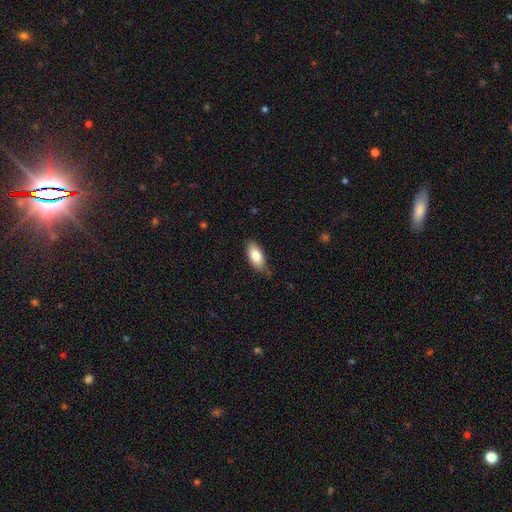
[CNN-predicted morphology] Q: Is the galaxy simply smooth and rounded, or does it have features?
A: smooth — 83%.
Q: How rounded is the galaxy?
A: in between — 90%.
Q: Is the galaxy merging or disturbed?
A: none — 73%.